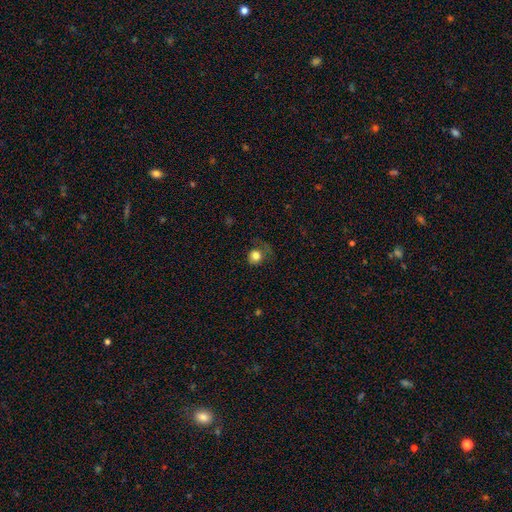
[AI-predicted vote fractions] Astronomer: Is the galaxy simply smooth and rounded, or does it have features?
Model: smooth — 80%.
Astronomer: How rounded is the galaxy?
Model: round — 86%.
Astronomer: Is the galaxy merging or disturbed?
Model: none — 58%.